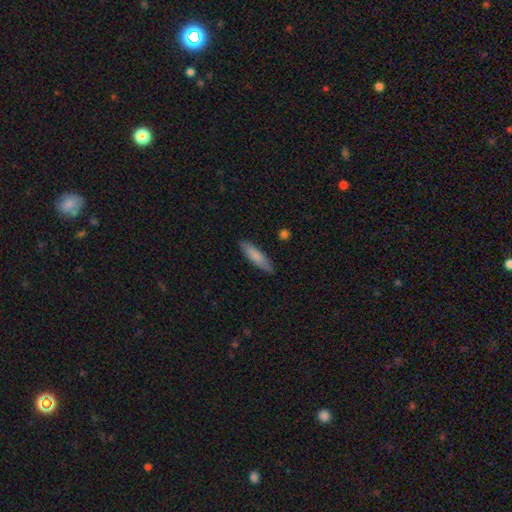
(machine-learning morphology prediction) Overall: smooth (81%). How rounded: cigar-shaped (74%). Merging: none (86%).